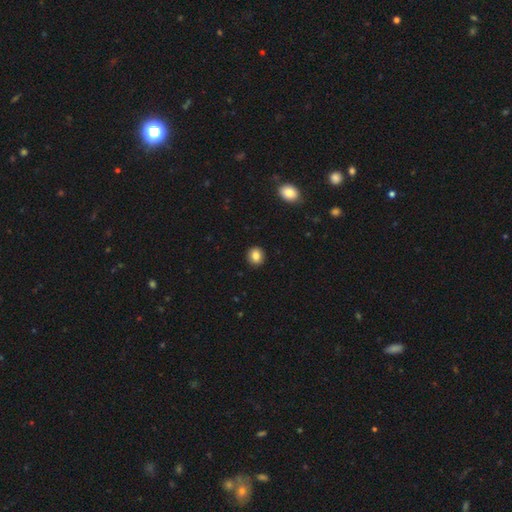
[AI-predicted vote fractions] The model was most divided on "how rounded": round: 82%, in between: 17%, cigar-shaped: 1%. More confident: merging — none (92%); smooth or featured — smooth (85%).